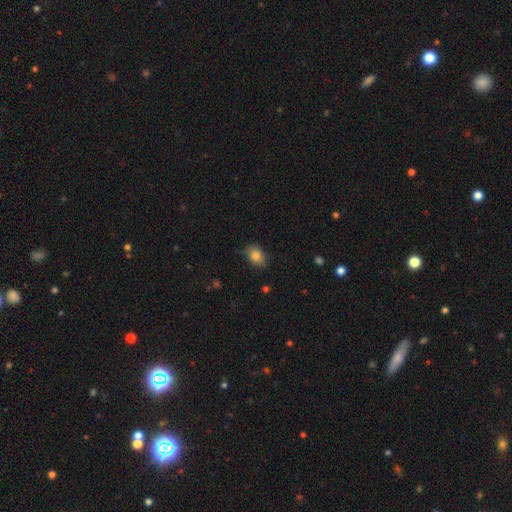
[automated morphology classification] This appears to be a smooth galaxy with no disk features (84%) that is in between round and cigar-shaped (74%). Merging: none (78%).